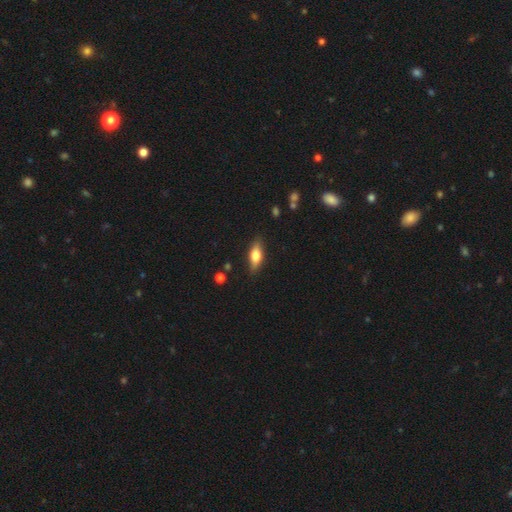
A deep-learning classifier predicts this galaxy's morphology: smooth_or_featured: smooth (p=0.68) [alt: featured or disk p=0.25]
how_rounded: in between (p=0.71) [alt: cigar-shaped p=0.25]
merging: none (p=0.82) [alt: minor disturbance p=0.13]